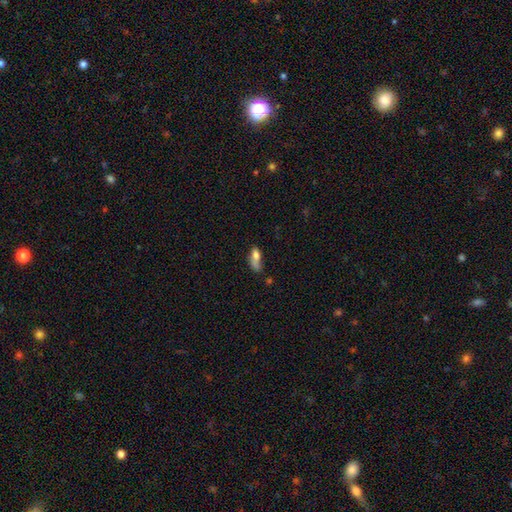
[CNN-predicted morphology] The model was most divided on "merging": none: 32%, minor disturbance: 31%, major disturbance: 25%, merger: 13%. More confident: smooth or featured — smooth (71%); how rounded — in between (70%).